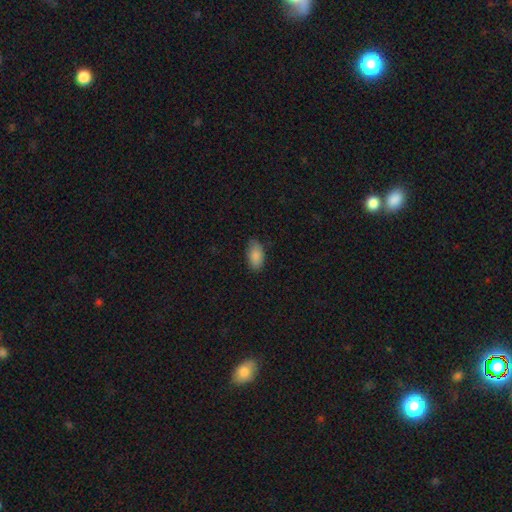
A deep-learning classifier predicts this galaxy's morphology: Smooth or featured?
  - smooth: 87% *
  - star or artifact: 6%
  - featured or disk: 6%
How rounded?
  - in between: 94% *
  - cigar-shaped: 3%
  - round: 3%
Merging?
  - none: 80% *
  - minor disturbance: 16%
  - major disturbance: 3%
  - merger: 1%